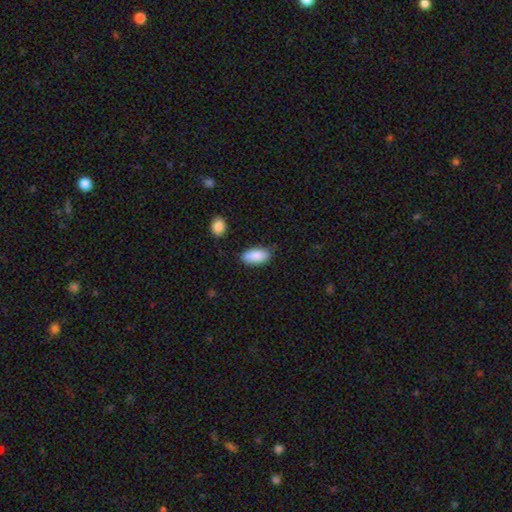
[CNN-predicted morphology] Smooth or featured? Predicted: smooth (p=0.86). How rounded? Predicted: in between (p=0.90). Merging? Predicted: none (p=0.78).